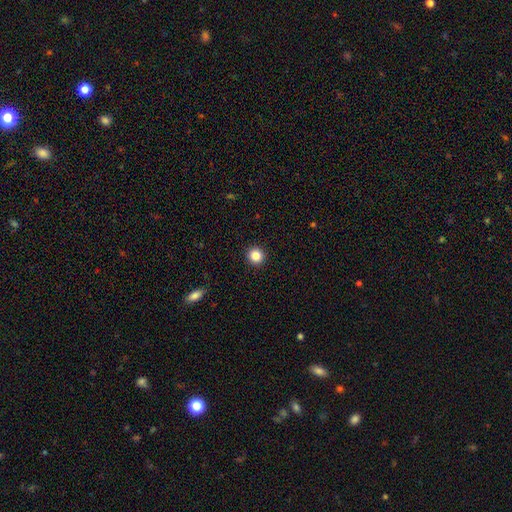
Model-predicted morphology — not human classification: Q: Smooth or featured?
A: smooth (85%); runner-up: star or artifact (11%)
Q: How rounded?
A: round (93%); runner-up: in between (6%)
Q: Merging?
A: none (93%); runner-up: minor disturbance (4%)